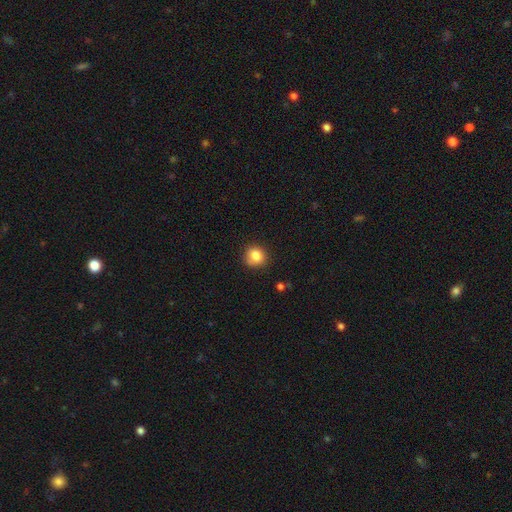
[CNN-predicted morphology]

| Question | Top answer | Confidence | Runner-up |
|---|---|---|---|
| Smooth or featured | smooth | 84% | star or artifact (10%) |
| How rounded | round | 88% | in between (11%) |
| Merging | none | 80% | minor disturbance (15%) |